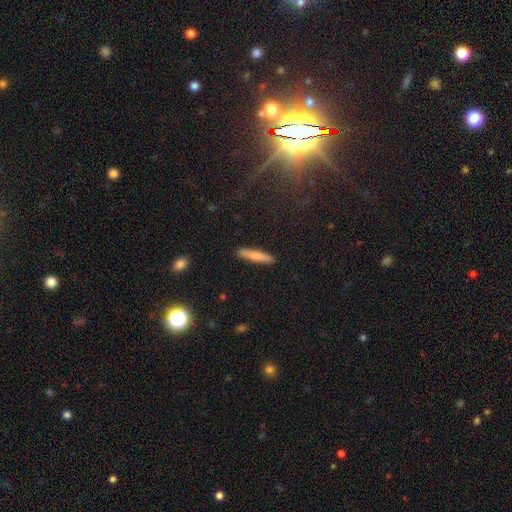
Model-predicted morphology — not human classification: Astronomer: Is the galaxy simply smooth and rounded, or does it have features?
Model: smooth — 76%.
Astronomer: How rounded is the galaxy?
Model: cigar-shaped — 91%.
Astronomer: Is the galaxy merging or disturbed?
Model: none — 90%.